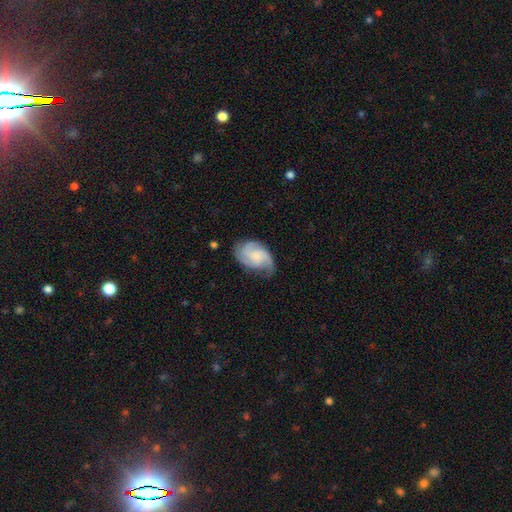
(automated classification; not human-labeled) featured or disk 75%, smooth 19%, star or artifact 6%. Down the decision tree: edge-on disk — no (98%); bar — no (66%); spiral arms — yes (96%); spiral arm count — 3 (46%); spiral winding — medium (46%); bulge size — small (54%); merging — none (65%).